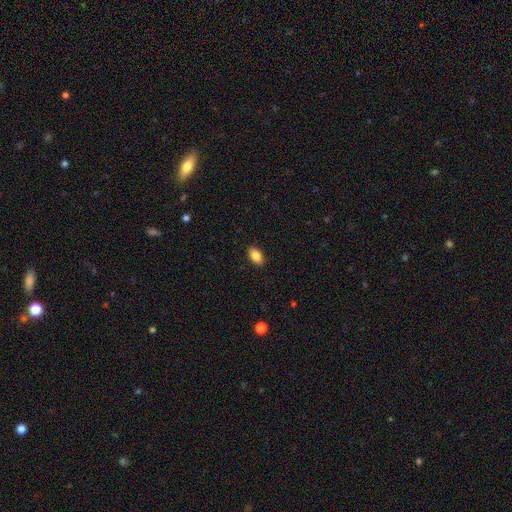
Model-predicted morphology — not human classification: The model was most divided on "smooth or featured": smooth: 87%, star or artifact: 8%, featured or disk: 5%. More confident: how rounded — in between (92%); merging — none (89%).